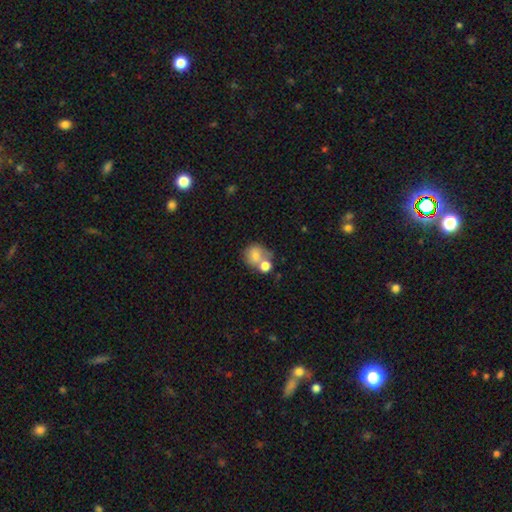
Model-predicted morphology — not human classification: This is likely a smooth galaxy (75%). How rounded: likely round (75%). Merging: possibly merger (46%).